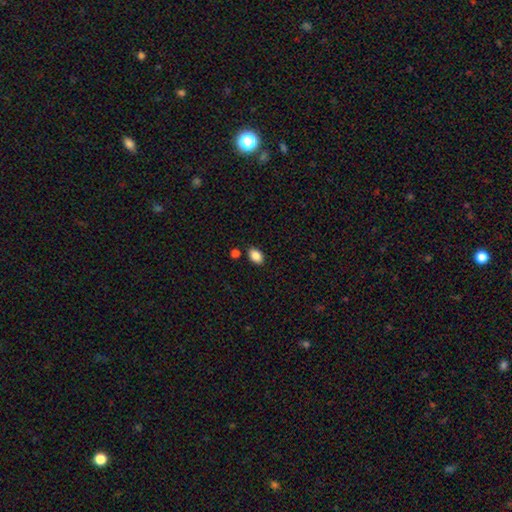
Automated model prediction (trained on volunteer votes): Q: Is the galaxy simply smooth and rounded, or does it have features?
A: smooth — 88%.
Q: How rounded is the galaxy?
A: in between — 89%.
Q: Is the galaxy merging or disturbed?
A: none — 84%.